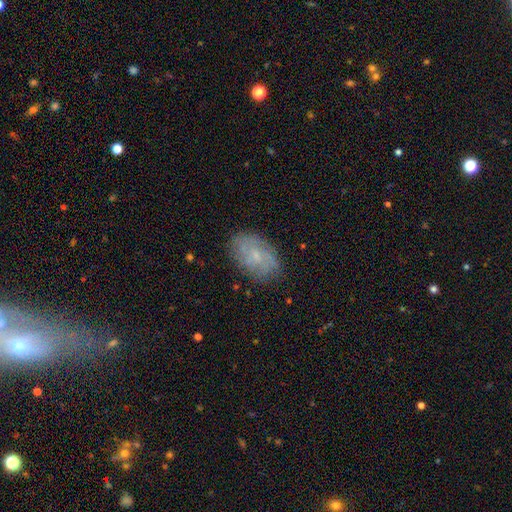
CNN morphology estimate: A featured or disk galaxy (51%). Merging: none (77%).